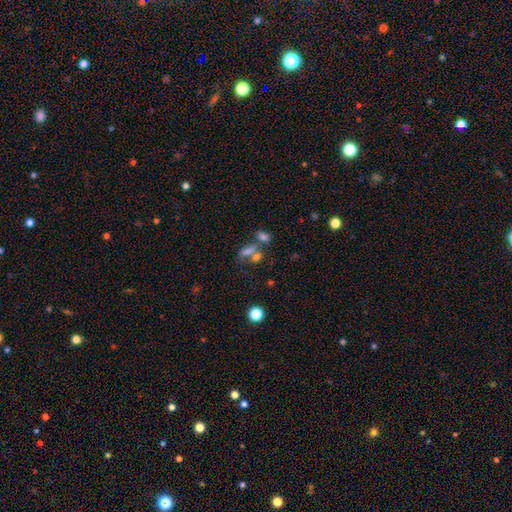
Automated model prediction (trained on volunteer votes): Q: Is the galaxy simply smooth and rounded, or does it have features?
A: smooth — 51%.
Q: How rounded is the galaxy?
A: in between — 60%.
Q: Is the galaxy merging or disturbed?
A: merger — 45%.